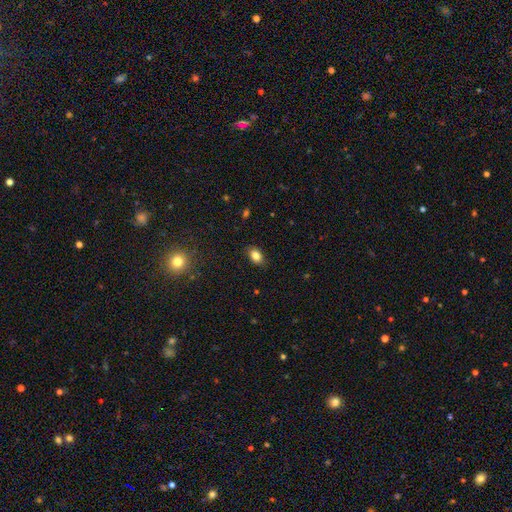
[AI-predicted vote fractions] Smooth or featured?
  - smooth: 83% *
  - star or artifact: 10%
  - featured or disk: 7%
How rounded?
  - in between: 83% *
  - round: 15%
  - cigar-shaped: 2%
Merging?
  - none: 86% *
  - minor disturbance: 10%
  - major disturbance: 3%
  - merger: 1%